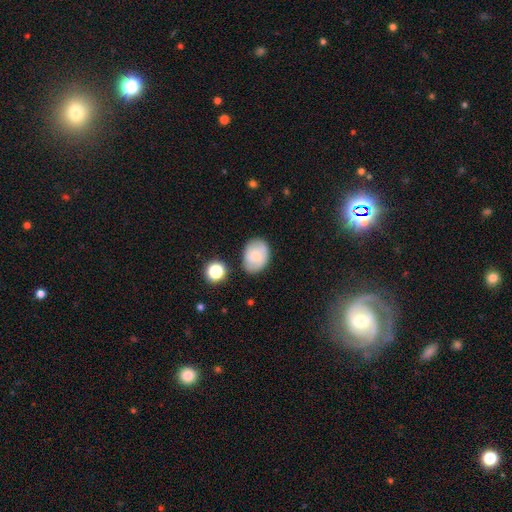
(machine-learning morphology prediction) A smooth galaxy with no disk features (73%) that is in between round and cigar-shaped (69%).

Vote fractions:
- Smooth or featured? smooth: 73% / featured or disk: 19% / star or artifact: 8%
- How rounded? in between: 69% / round: 30% / cigar-shaped: 1%
- Merging? none: 75% / minor disturbance: 17% / major disturbance: 4% / merger: 4%